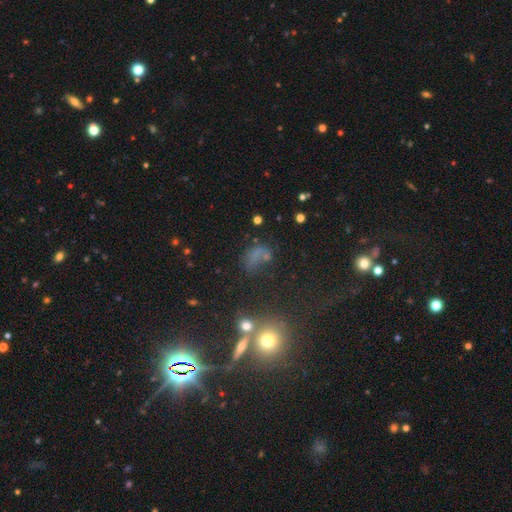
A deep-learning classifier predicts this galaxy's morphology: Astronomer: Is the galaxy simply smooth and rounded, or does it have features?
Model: smooth — 49% (runner-up: star or artifact, 29%).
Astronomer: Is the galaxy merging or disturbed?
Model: none — 37% (runner-up: major disturbance, 29%).